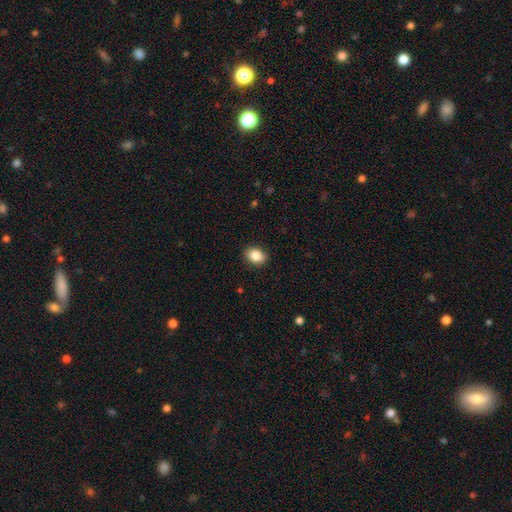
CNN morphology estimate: Smooth or featured? Predicted: smooth (p=0.86). How rounded? Predicted: in between (p=0.67). Merging? Predicted: none (p=0.89).